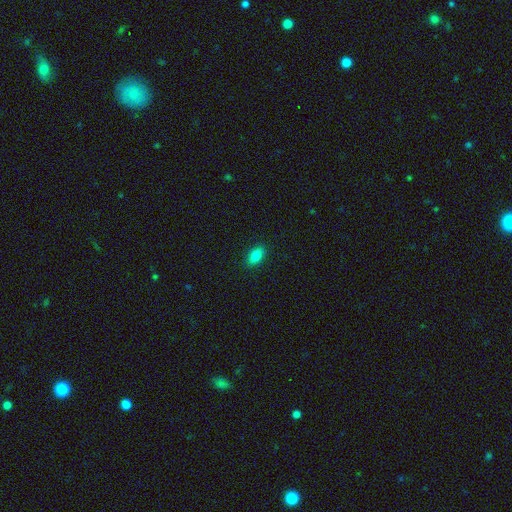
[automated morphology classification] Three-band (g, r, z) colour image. It shows a smooth galaxy with no disk features (83%) that is in between round and cigar-shaped (88%). Merging: none (89%).